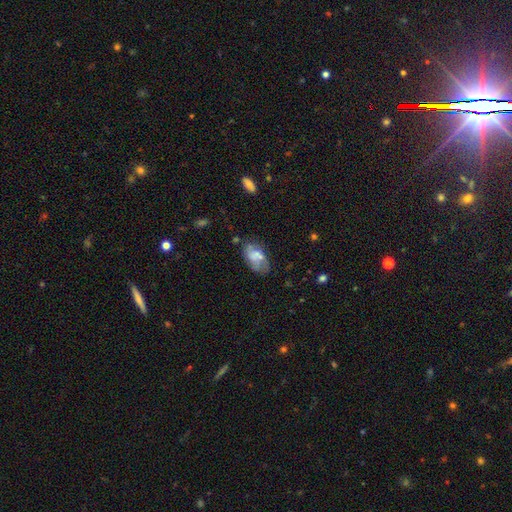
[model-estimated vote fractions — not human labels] This appears to be a smooth galaxy with no disk features (57%) that is in between round and cigar-shaped (91%). Merging: none (48%).